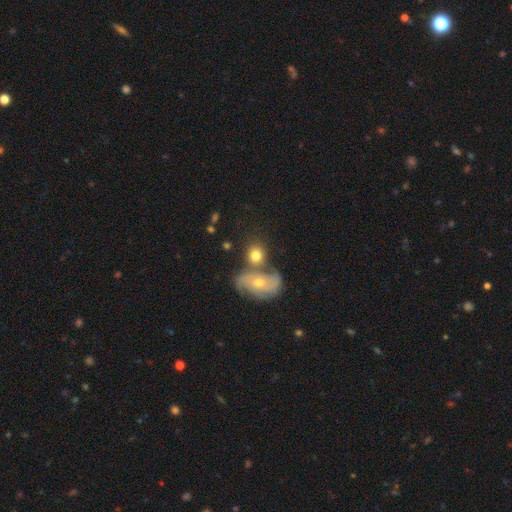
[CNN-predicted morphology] Smooth or featured: smooth — 67% (featured or disk — 25%)
How rounded: round — 64% (in between — 34%)
Merging: none — 50% (merger — 33%)